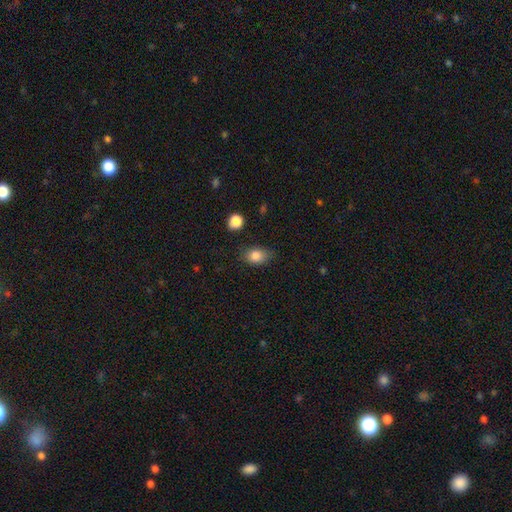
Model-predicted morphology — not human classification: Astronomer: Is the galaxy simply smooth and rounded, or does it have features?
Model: smooth — 84%.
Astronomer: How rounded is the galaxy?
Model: in between — 75%.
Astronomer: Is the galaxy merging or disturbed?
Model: none — 71%.